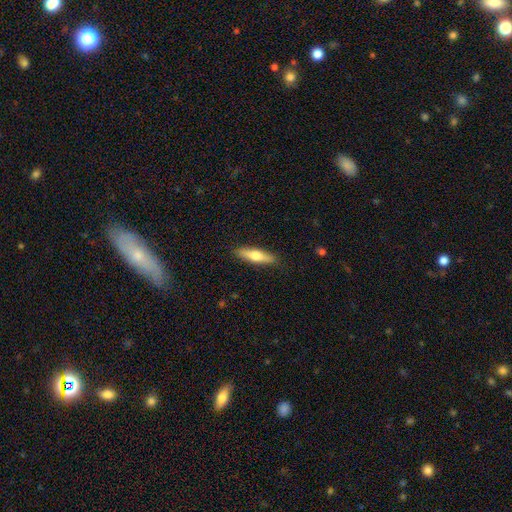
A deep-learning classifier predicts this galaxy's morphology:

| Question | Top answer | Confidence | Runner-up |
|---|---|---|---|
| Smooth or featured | smooth | 59% | featured or disk (36%) |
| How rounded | cigar-shaped | 71% | in between (27%) |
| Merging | none | 88% | minor disturbance (9%) |